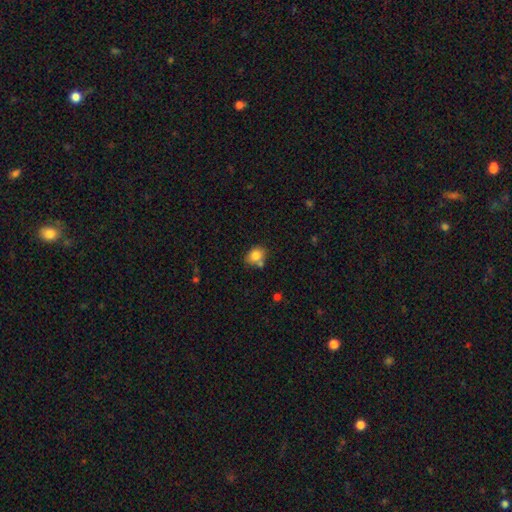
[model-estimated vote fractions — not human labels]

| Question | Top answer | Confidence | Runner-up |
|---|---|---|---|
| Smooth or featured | smooth | 82% | star or artifact (10%) |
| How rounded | round | 50% | in between (49%) |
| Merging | none | 62% | minor disturbance (17%) |